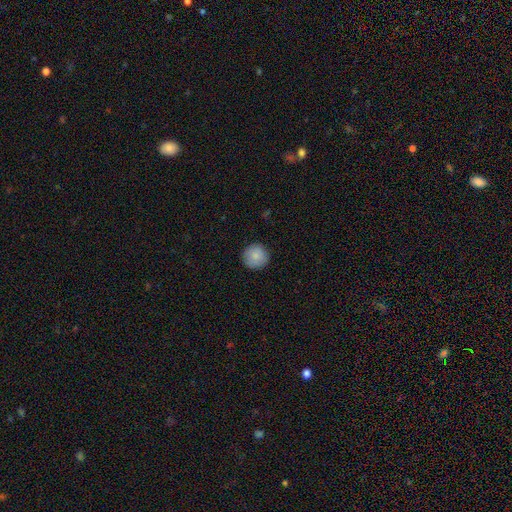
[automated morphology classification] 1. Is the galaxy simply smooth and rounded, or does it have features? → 87% smooth, 7% star or artifact, 6% featured or disk.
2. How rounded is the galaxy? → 95% round, 4% in between, 1% cigar-shaped.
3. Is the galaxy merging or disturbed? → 91% none, 7% minor disturbance, 2% major disturbance, 1% merger.